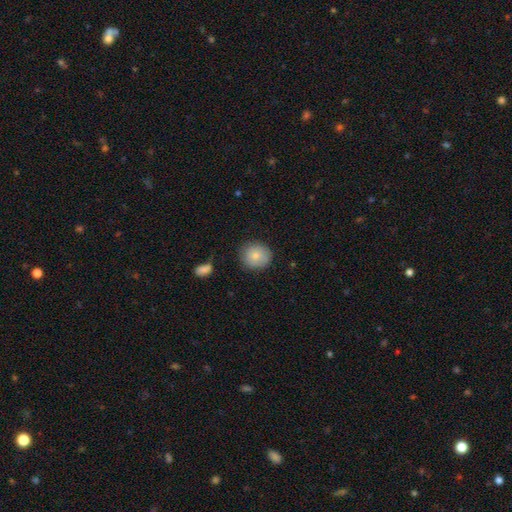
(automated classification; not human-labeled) This appears to be a smooth galaxy with no disk features (80%) that is round (85%). Merging: none (81%).